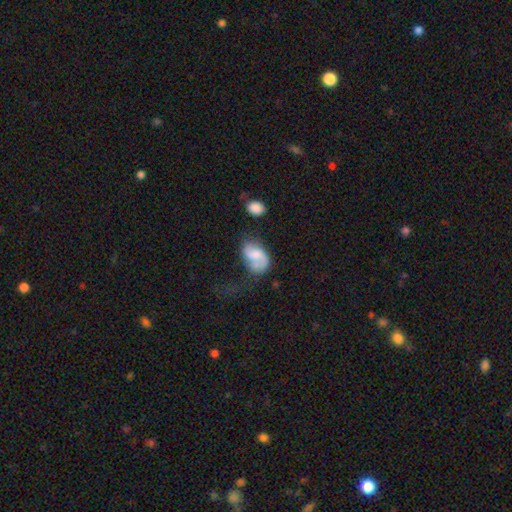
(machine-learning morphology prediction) featured or disk 50%, smooth 42%, star or artifact 8%. Down the decision tree: edge-on disk — no (97%); merging — none (34%).